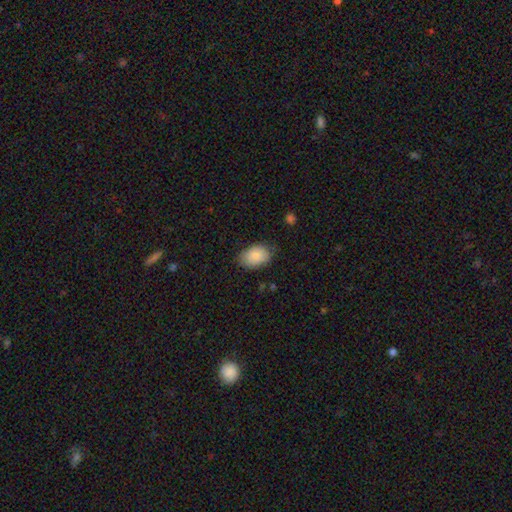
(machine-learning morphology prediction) Smooth or featured? Predicted: smooth (p=0.87). How rounded? Predicted: in between (p=0.86). Merging? Predicted: none (p=0.76).